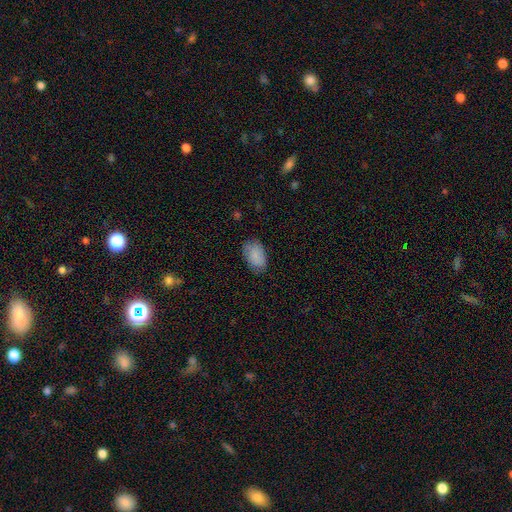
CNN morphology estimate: A smooth galaxy with no disk features (87%) that is in between round and cigar-shaped (91%).

Vote fractions:
- Smooth or featured? smooth: 87% / star or artifact: 7% / featured or disk: 7%
- How rounded? in between: 91% / round: 8% / cigar-shaped: 1%
- Merging? none: 81% / minor disturbance: 15% / major disturbance: 3% / merger: 1%